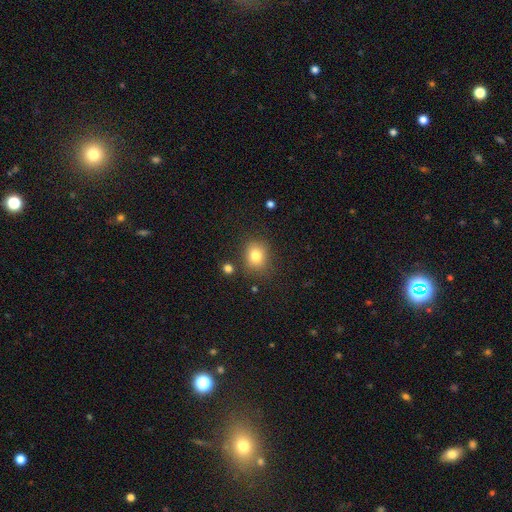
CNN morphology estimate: The model was most divided on "how rounded": round: 60%, in between: 39%, cigar-shaped: 1%. More confident: smooth or featured — smooth (79%); merging — none (79%).